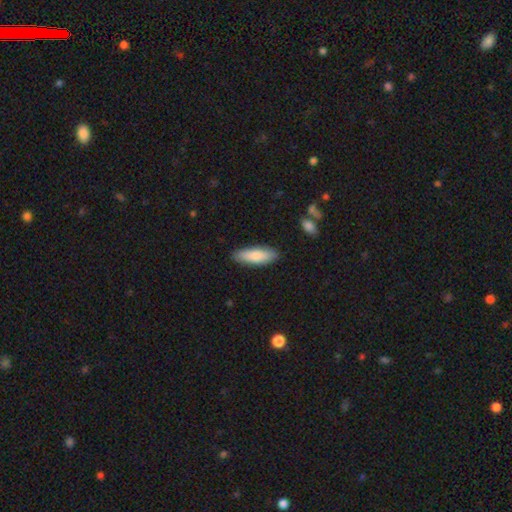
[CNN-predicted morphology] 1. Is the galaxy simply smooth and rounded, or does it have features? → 80% smooth, 14% featured or disk, 5% star or artifact.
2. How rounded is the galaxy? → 57% in between, 41% cigar-shaped, 2% round.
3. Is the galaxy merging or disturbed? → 86% none, 10% minor disturbance, 2% major disturbance, 1% merger.